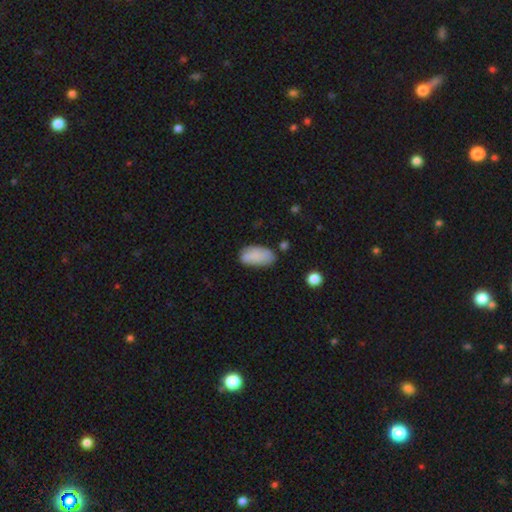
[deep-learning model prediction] smooth 80%, featured or disk 13%, star or artifact 7%. Down the decision tree: how rounded — in between (93%); merging — none (64%).